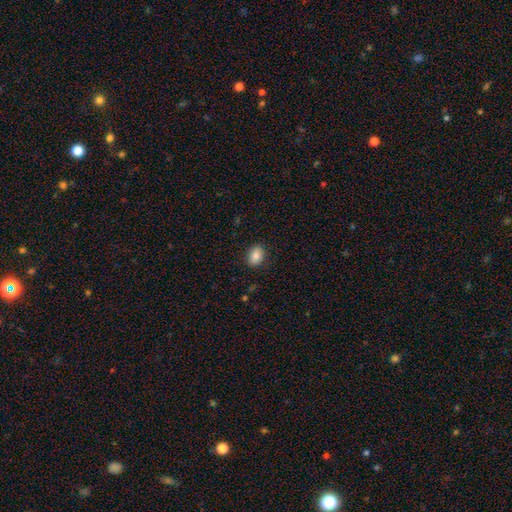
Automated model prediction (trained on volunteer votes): Overall: smooth (86%). How rounded: in between (76%). Merging: none (88%).